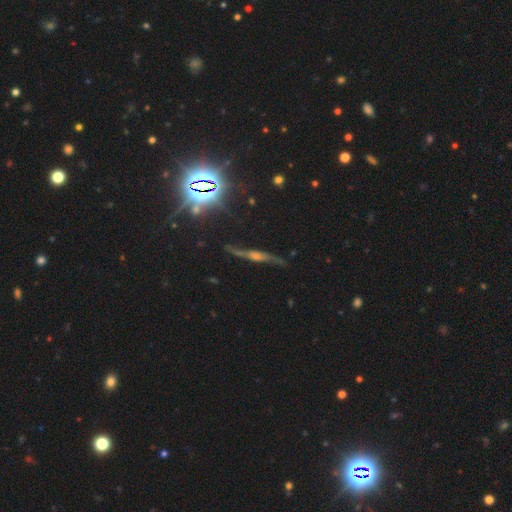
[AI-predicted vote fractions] smooth-or-featured: featured or disk: 68% | star or artifact: 21% | smooth: 11%
  disk-edge-on: yes: 80% | no: 20%
    edge-on-bulge: rounded: 70% | boxy: 18% | none: 12%
  merging: none: 76% | minor disturbance: 16% | major disturbance: 6% | merger: 3%